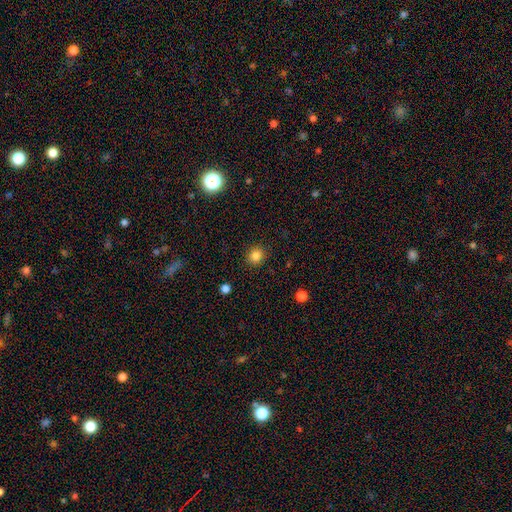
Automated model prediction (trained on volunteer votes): smooth_or_featured: smooth (p=0.84) [alt: star or artifact p=0.12]
how_rounded: round (p=0.82) [alt: in between p=0.17]
merging: none (p=0.90) [alt: minor disturbance p=0.06]